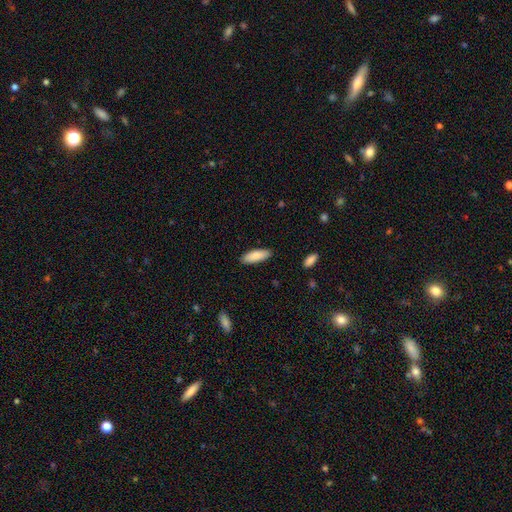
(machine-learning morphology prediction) Smooth or featured? Predicted: smooth (p=0.86). How rounded? Predicted: in between (p=0.60). Merging? Predicted: none (p=0.88).